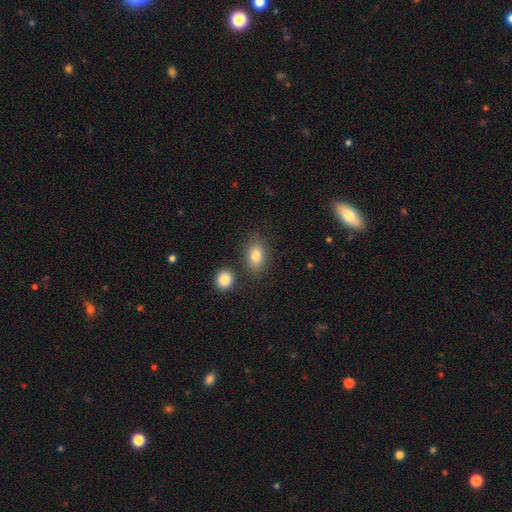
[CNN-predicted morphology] Smooth or featured? smooth (82%)
How rounded? in between (79%)
Merging? none (77%)